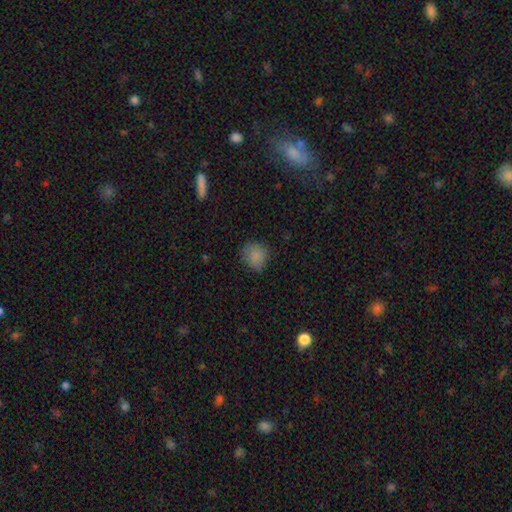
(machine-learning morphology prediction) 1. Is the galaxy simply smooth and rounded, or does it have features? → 84% smooth, 10% star or artifact, 6% featured or disk.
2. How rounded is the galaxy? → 84% round, 15% in between, 1% cigar-shaped.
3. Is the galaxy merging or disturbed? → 76% none, 19% minor disturbance, 4% major disturbance, 1% merger.